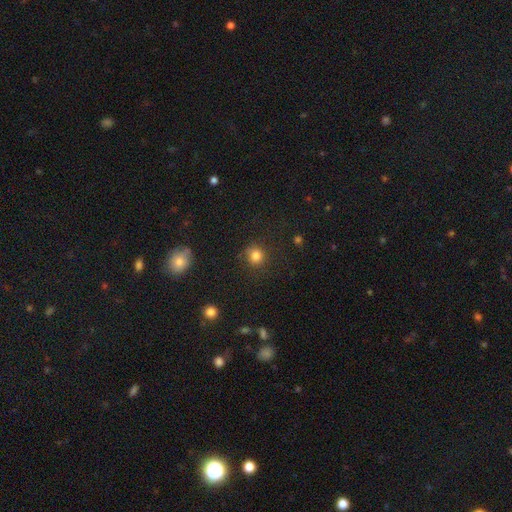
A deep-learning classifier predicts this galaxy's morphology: A smooth galaxy with no disk features (82%) that is round (89%).

Vote fractions:
- Smooth or featured? smooth: 82% / star or artifact: 13% / featured or disk: 5%
- How rounded? round: 89% / in between: 10% / cigar-shaped: 1%
- Merging? none: 81% / minor disturbance: 12% / major disturbance: 5% / merger: 2%